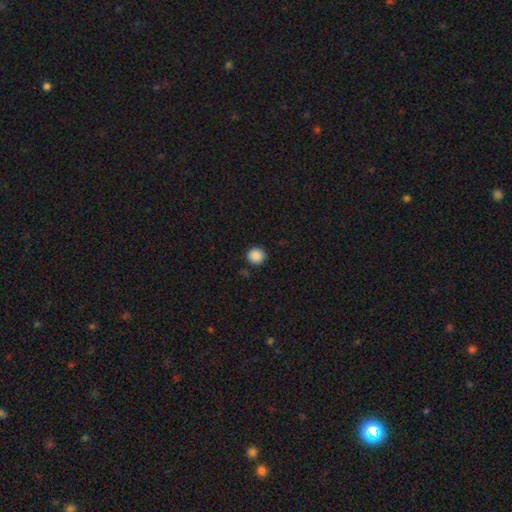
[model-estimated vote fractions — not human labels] A smooth galaxy with no disk features (88%) that is round (93%).

Vote fractions:
- Smooth or featured? smooth: 88% / star or artifact: 10% / featured or disk: 2%
- How rounded? round: 93% / in between: 7% / cigar-shaped: 1%
- Merging? none: 91% / minor disturbance: 6% / major disturbance: 2% / merger: 1%